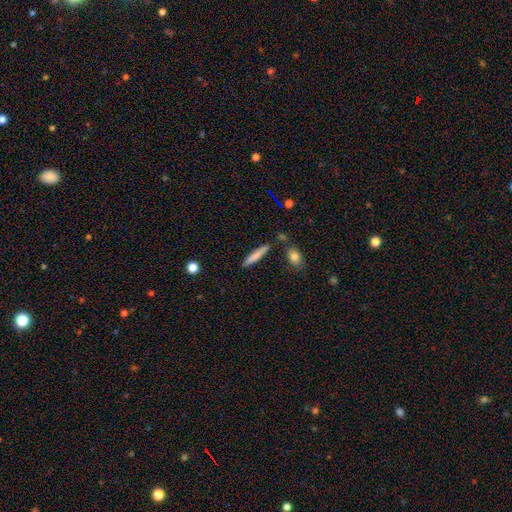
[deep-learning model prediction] This appears to be a smooth galaxy with no disk features (75%) that is cigar-shaped (91%). Merging: none (84%).